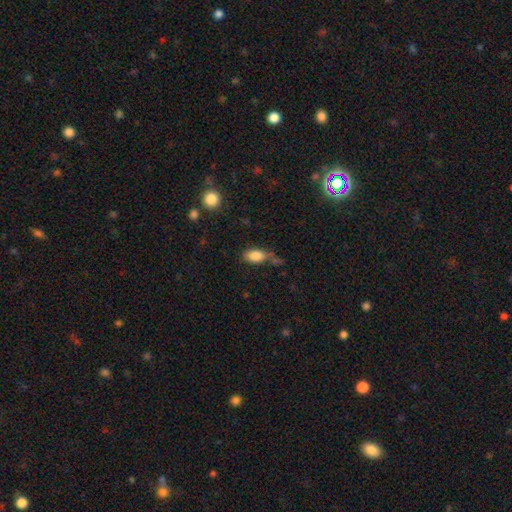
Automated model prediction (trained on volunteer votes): A smooth galaxy with no disk features (84%) that is in between round and cigar-shaped (89%). Merging: none (52%).